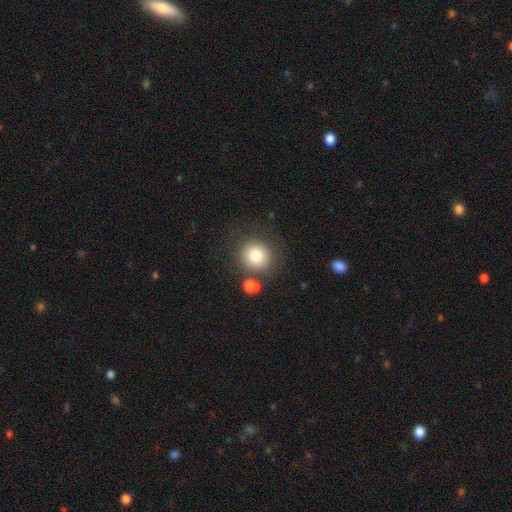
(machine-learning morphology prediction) smooth_or_featured: smooth (p=0.80) [alt: star or artifact p=0.10]
how_rounded: round (p=0.89) [alt: in between p=0.10]
merging: none (p=0.74) [alt: merger p=0.11]